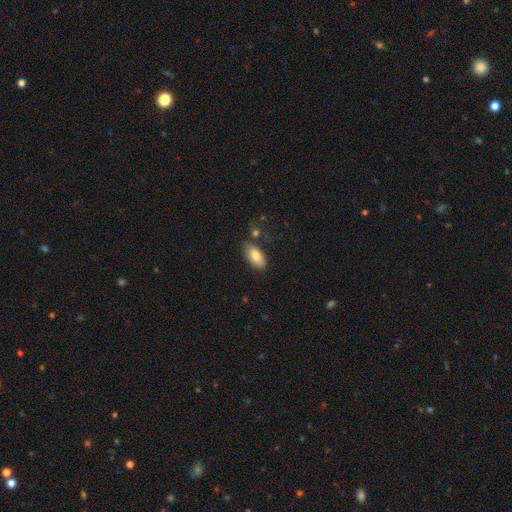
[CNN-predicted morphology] This is clearly a smooth galaxy (81%). How rounded: clearly in between (92%). Merging: likely none (74%).